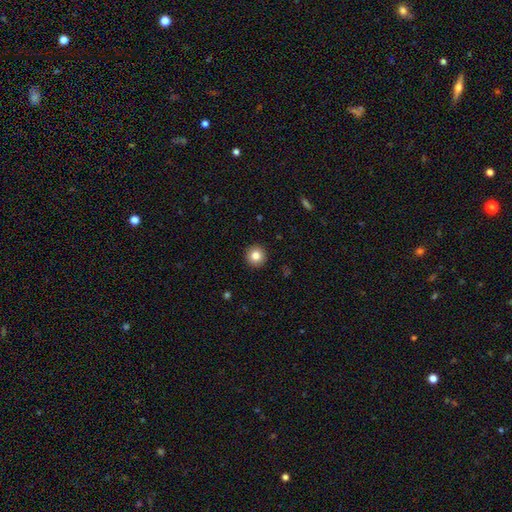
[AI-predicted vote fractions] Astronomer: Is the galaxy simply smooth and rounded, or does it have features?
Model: smooth — 83%.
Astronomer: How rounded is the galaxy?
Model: round — 96%.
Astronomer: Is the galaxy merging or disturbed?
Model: none — 93%.